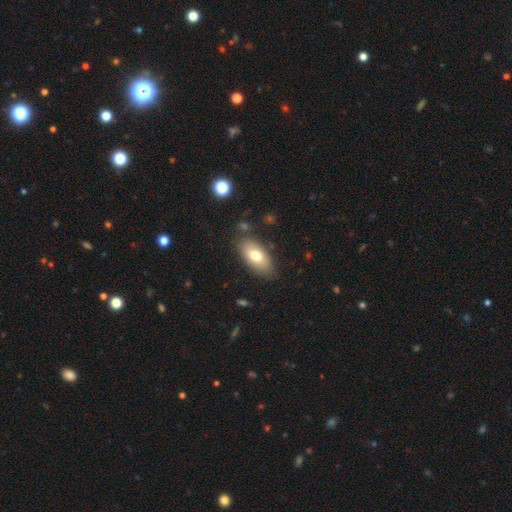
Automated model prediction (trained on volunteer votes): smooth 74%, featured or disk 19%, star or artifact 7%. Down the decision tree: how rounded — in between (91%); merging — none (79%).